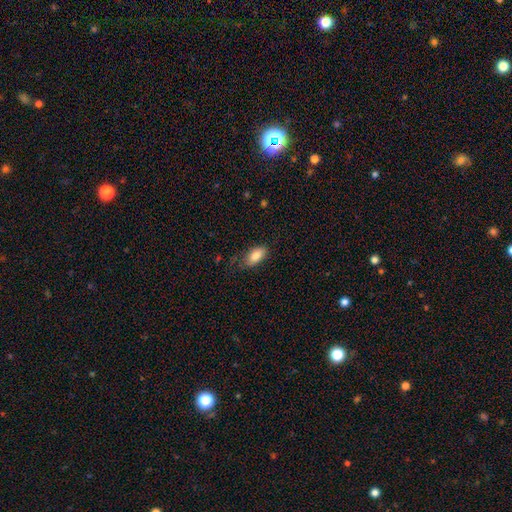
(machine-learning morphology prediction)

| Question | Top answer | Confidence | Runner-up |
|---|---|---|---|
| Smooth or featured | smooth | 84% | featured or disk (9%) |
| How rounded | in between | 91% | cigar-shaped (6%) |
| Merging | none | 66% | minor disturbance (25%) |